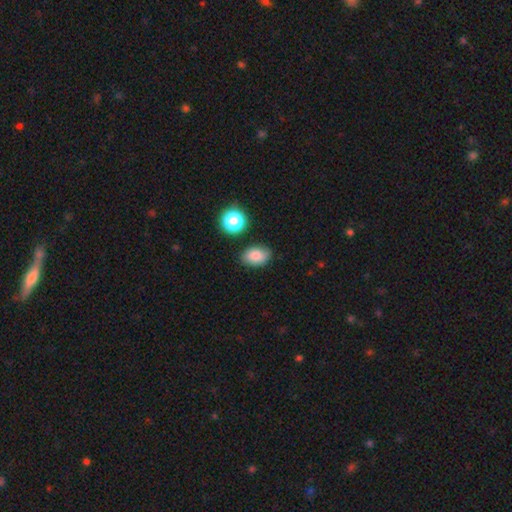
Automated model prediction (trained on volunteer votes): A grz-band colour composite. It shows a smooth galaxy with no disk features (84%) that is in between round and cigar-shaped (84%). Merging: none (79%).